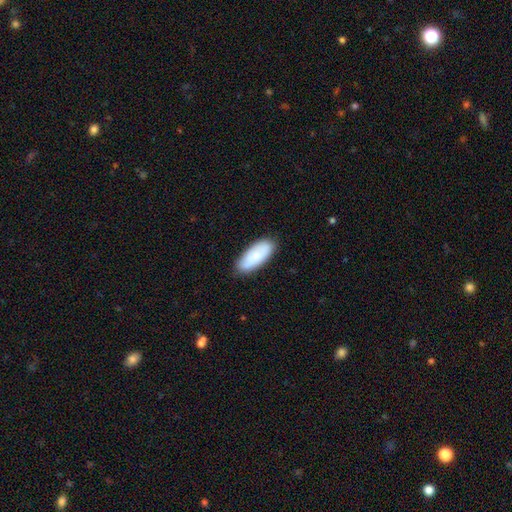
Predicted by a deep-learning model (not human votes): A smooth galaxy with no disk features (81%) that is in between round and cigar-shaped (83%).

Vote fractions:
- Smooth or featured? smooth: 81% / featured or disk: 13% / star or artifact: 6%
- How rounded? in between: 83% / cigar-shaped: 15% / round: 2%
- Merging? none: 83% / minor disturbance: 14% / major disturbance: 2% / merger: 1%